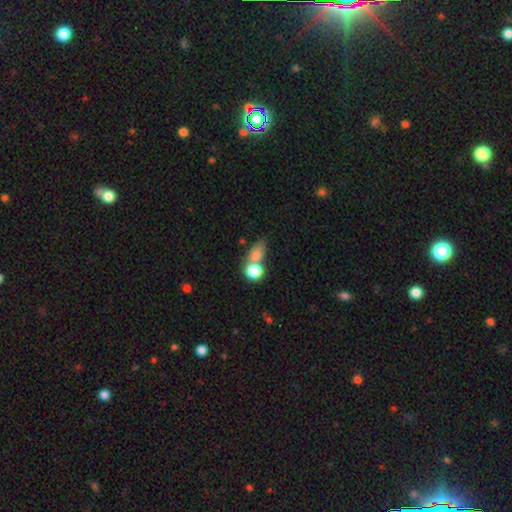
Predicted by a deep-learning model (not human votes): Smooth or featured: smooth — 76% (star or artifact — 12%)
How rounded: in between — 54% (round — 42%)
Merging: merger — 48% (none — 34%)